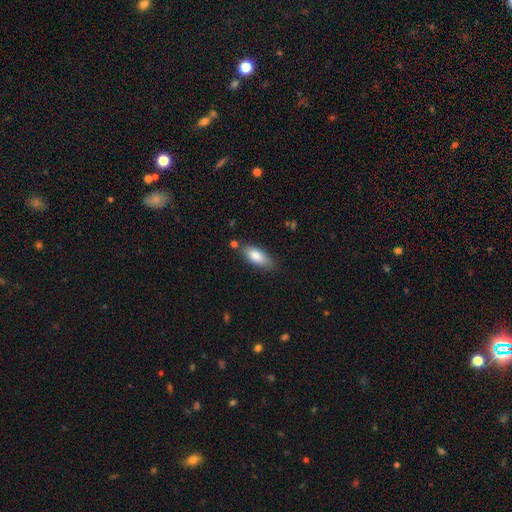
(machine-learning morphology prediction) smooth 83%, featured or disk 10%, star or artifact 7%. Down the decision tree: how rounded — in between (83%); merging — none (76%).